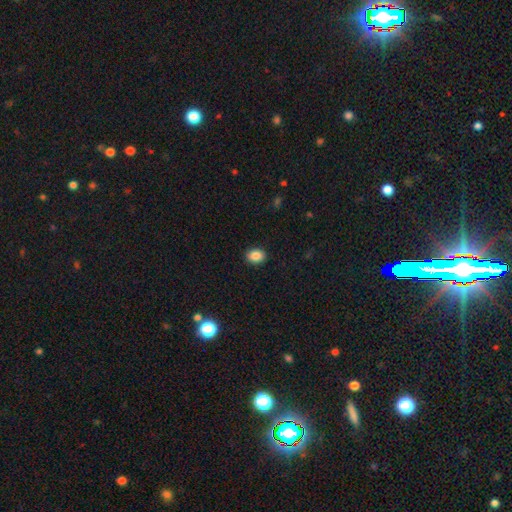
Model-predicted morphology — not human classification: Smooth or featured? Predicted: smooth (p=0.87). How rounded? Predicted: in between (p=0.61). Merging? Predicted: none (p=0.91).